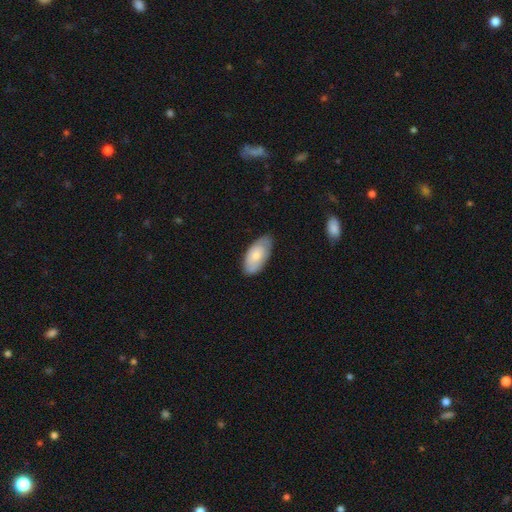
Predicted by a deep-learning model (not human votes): Smooth or featured? Predicted: smooth (p=0.68). How rounded? Predicted: in between (p=0.94). Merging? Predicted: none (p=0.75).